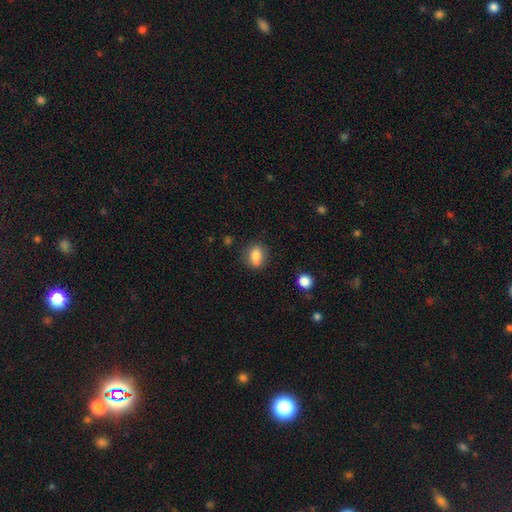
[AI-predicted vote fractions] Morphology: type=smooth (83%); roundness=in between (60%); merging=none (73%).